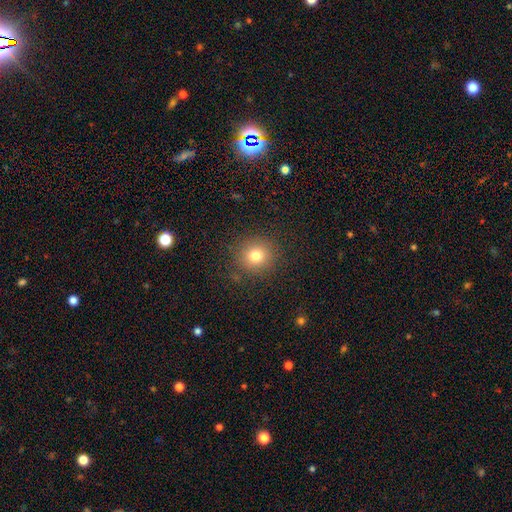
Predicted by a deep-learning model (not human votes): smooth_or_featured: smooth (p=0.77) [alt: star or artifact p=0.14]
how_rounded: round (p=0.91) [alt: in between p=0.09]
merging: none (p=0.88) [alt: minor disturbance p=0.08]